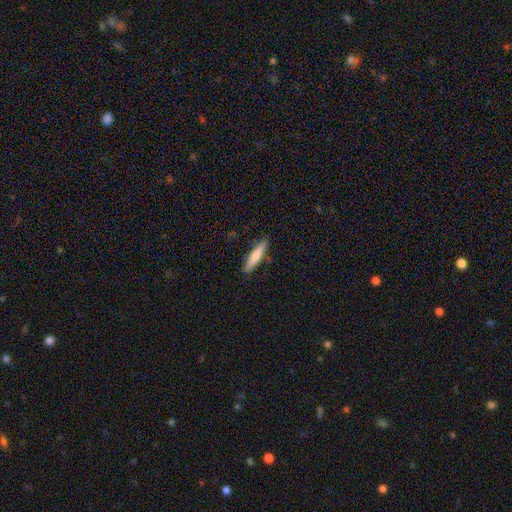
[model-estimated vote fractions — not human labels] Q: Smooth or featured?
A: smooth (73%); runner-up: featured or disk (22%)
Q: How rounded?
A: cigar-shaped (86%); runner-up: in between (13%)
Q: Merging?
A: none (88%); runner-up: minor disturbance (9%)